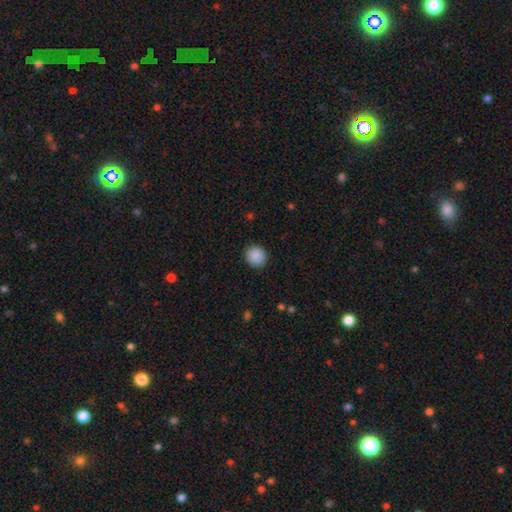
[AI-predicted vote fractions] This is clearly a smooth galaxy (89%). How rounded: clearly round (89%). Merging: clearly none (91%).